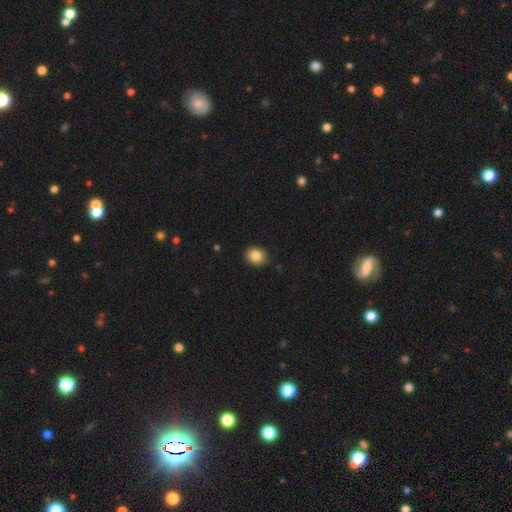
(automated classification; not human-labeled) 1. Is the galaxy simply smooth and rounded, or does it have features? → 85% smooth, 10% star or artifact, 6% featured or disk.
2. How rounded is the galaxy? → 64% round, 35% in between, 1% cigar-shaped.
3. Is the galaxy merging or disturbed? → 90% none, 7% minor disturbance, 2% major disturbance, 1% merger.